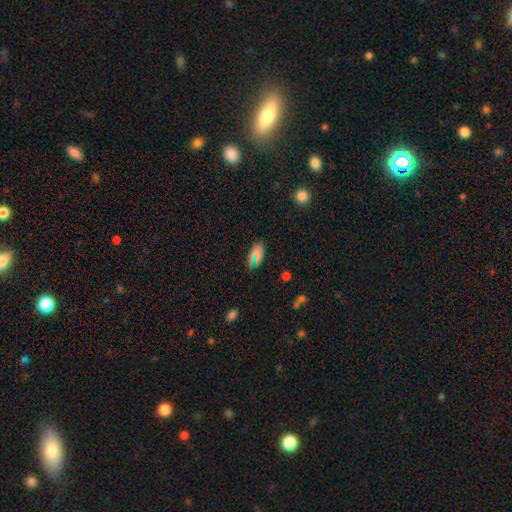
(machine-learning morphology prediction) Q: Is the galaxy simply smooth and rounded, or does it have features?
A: smooth — 68%.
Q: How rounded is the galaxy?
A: in between — 89%.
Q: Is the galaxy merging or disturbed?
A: none — 76%.